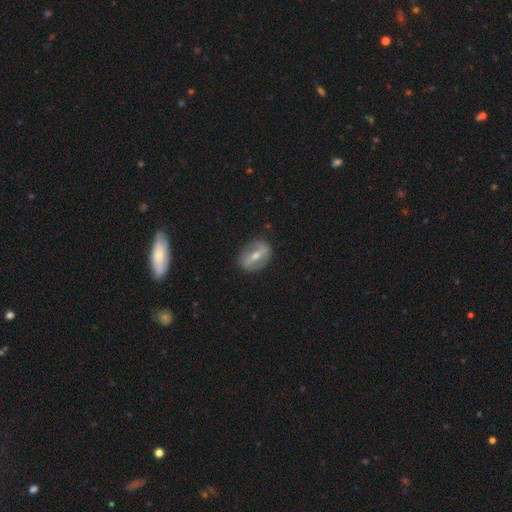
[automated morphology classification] Smooth or featured?
  - featured or disk: 68% *
  - smooth: 26%
  - star or artifact: 6%
Edge-on disk?
  - no: 85% *
  - yes: 15%
Bar?
  - strong: 69% *
  - weak: 22%
  - no: 9%
Spiral arms?
  - no: 64% *
  - yes: 36%
Bulge size?
  - moderate: 55% *
  - small: 39%
  - large: 3%
  - none: 2%
  - dominant: 1%
Merging?
  - none: 85% *
  - minor disturbance: 11%
  - major disturbance: 3%
  - merger: 1%